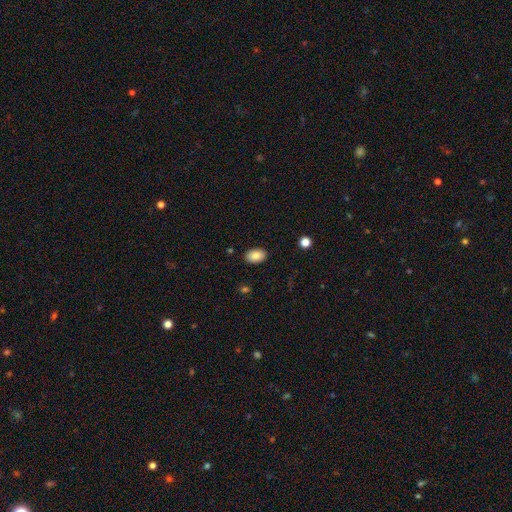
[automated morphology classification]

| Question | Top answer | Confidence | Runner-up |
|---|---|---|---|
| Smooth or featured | smooth | 85% | star or artifact (8%) |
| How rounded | in between | 89% | round (10%) |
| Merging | none | 88% | minor disturbance (9%) |